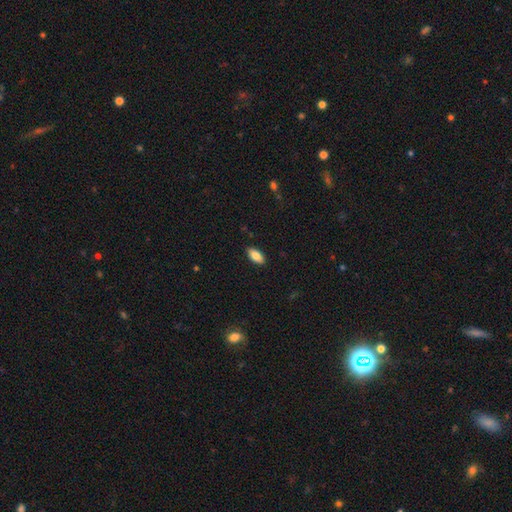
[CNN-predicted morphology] smooth 83%, featured or disk 10%, star or artifact 7%. Down the decision tree: how rounded — in between (90%); merging — none (89%).